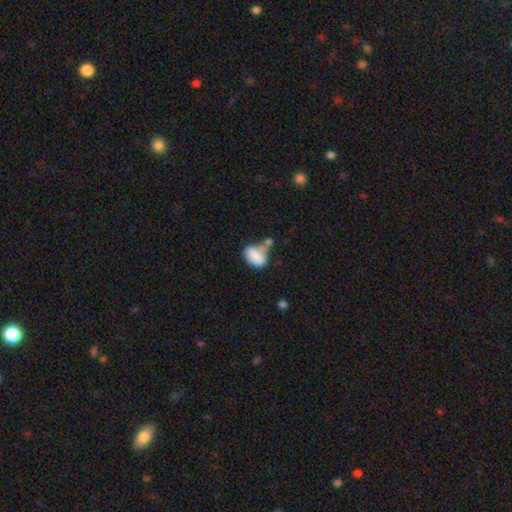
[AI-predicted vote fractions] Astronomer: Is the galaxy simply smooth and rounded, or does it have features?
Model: smooth — 83%.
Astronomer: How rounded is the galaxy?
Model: in between — 89%.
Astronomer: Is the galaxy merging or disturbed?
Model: none — 36% (runner-up: merger, 30%).